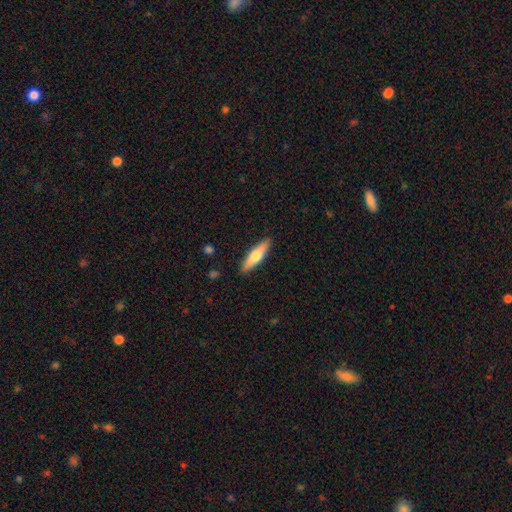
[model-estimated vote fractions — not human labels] Smooth or featured: smooth — 54% (featured or disk — 40%)
How rounded: cigar-shaped — 70% (in between — 28%)
Merging: none — 90% (minor disturbance — 7%)